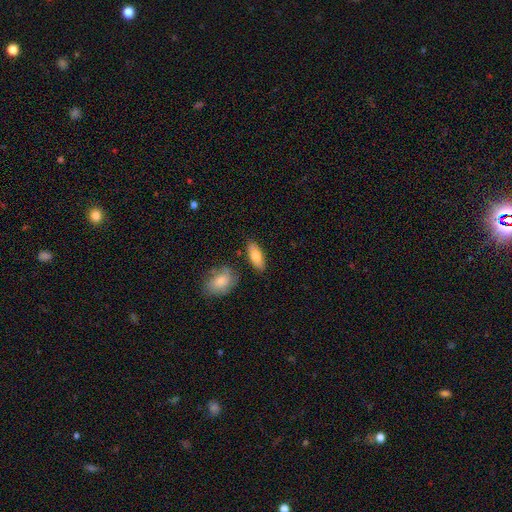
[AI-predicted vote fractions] The model was most divided on "how rounded": in between: 78%, cigar-shaped: 20%, round: 3%. More confident: merging — none (81%); smooth or featured — smooth (79%).